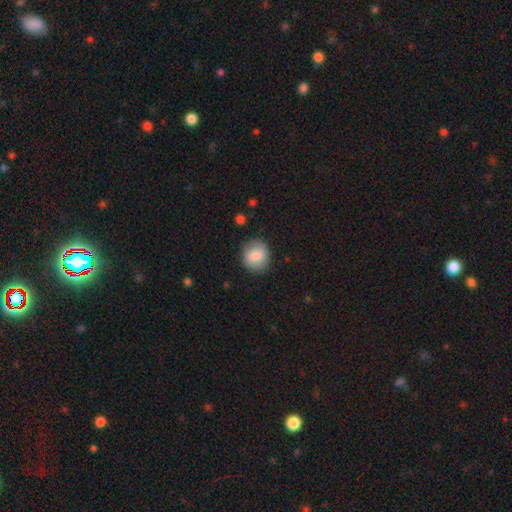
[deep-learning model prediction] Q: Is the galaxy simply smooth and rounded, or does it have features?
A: smooth — 82%.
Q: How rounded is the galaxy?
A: round — 83%.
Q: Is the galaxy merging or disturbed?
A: none — 86%.